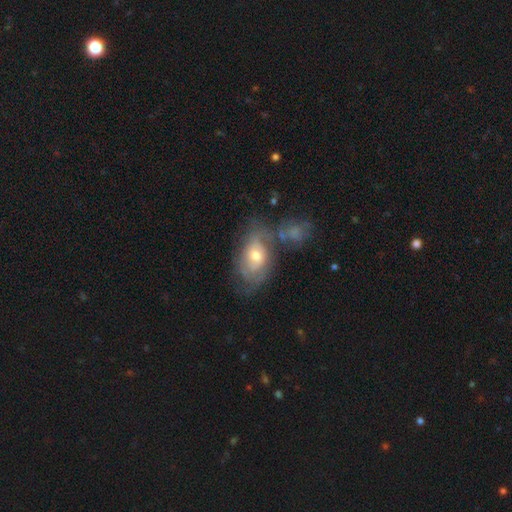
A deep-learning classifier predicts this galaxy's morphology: The model was most divided on "merging": none: 43%, minor disturbance: 23%, merger: 18%, major disturbance: 16%. More confident: edge-on disk — no (94%); bar — no (69%); spiral arms — yes (67%); bulge size — moderate (64%); smooth or featured — featured or disk (60%).